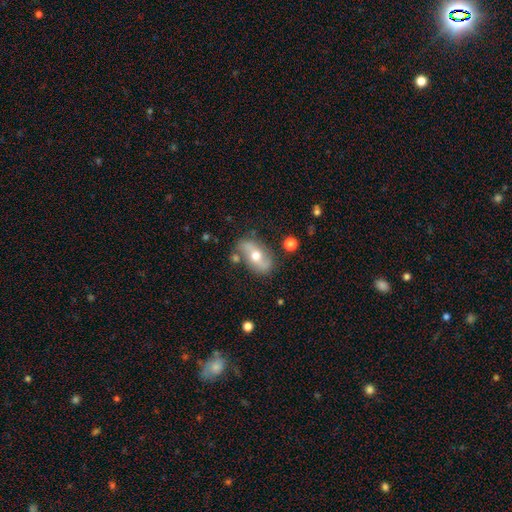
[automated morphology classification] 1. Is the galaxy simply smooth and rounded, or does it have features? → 65% featured or disk, 28% smooth, 7% star or artifact.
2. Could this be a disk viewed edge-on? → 90% no, 10% yes.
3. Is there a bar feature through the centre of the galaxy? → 50% no, 29% weak, 21% strong.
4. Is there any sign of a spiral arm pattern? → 76% yes, 24% no.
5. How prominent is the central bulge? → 77% moderate, 13% small, 8% large, 1% dominant, 1% none.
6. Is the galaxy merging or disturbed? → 74% none, 16% minor disturbance, 5% major disturbance, 5% merger.